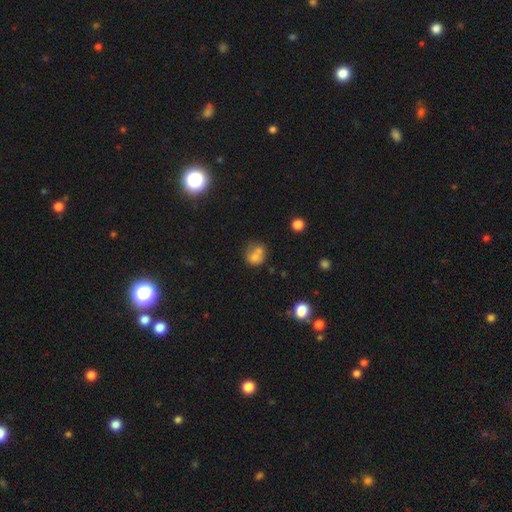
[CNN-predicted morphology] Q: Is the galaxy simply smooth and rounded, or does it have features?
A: smooth — 70%.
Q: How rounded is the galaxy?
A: round — 71%.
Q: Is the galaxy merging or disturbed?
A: merger — 40%.